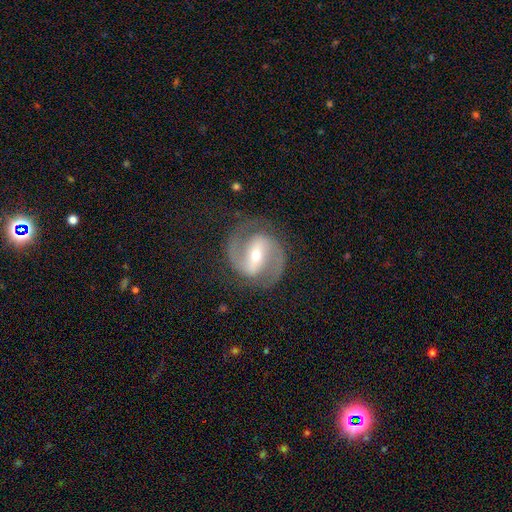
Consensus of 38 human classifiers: Smooth or featured: featured or disk — 97% (star or artifact — 3%)
Edge-on disk: no — 100%
Bar: strong — 65% (weak — 27%)
Spiral arms: yes — 97% (no — 3%)
Spiral winding: medium — 58% (tight — 39%)
Spiral arm count: 2 — 100%
Bulge size: small — 73% (moderate — 24%)
Merging: none — 95% (minor disturbance — 5%)